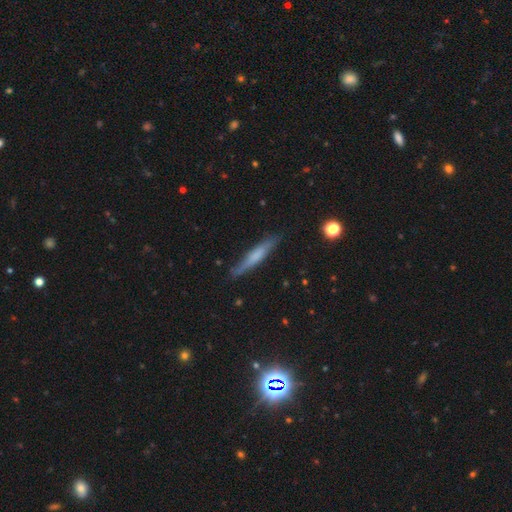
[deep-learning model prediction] smooth 54%, featured or disk 40%, star or artifact 7%. Down the decision tree: how rounded — cigar-shaped (92%); merging — none (84%).